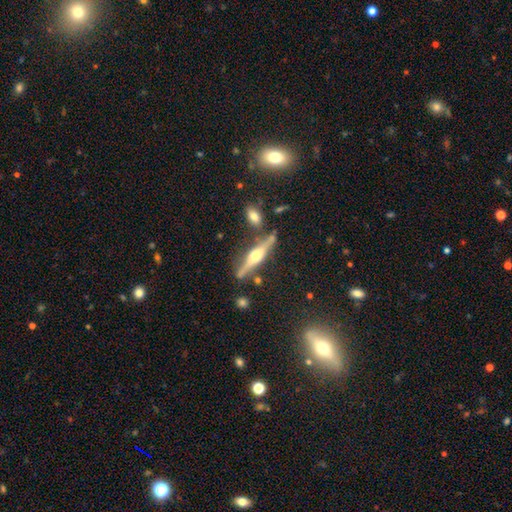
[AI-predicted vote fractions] This is likely a featured or disk galaxy (72%). It is clearly viewed edge-on (95%). Edge-on bulge: clearly rounded (93%). Merging: likely none (78%).